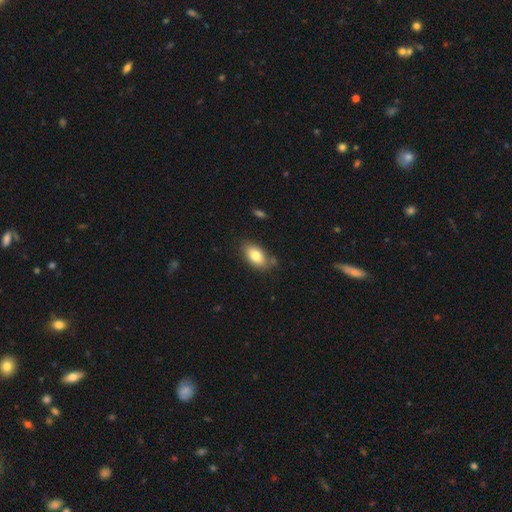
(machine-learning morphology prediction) A smooth galaxy with no disk features (80%) that is in between round and cigar-shaped (92%).

Vote fractions:
- Smooth or featured? smooth: 80% / featured or disk: 13% / star or artifact: 7%
- How rounded? in between: 92% / round: 5% / cigar-shaped: 3%
- Merging? none: 75% / minor disturbance: 17% / merger: 4% / major disturbance: 4%